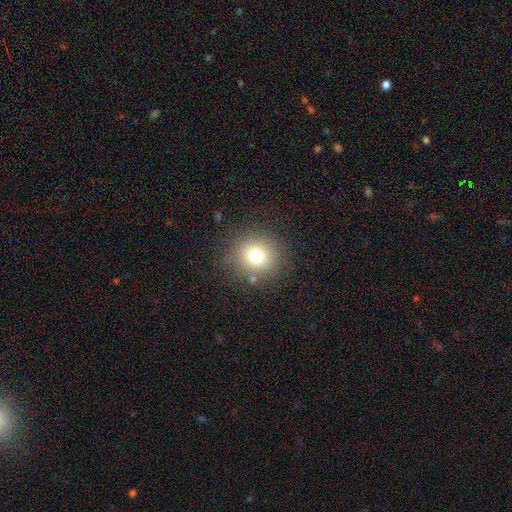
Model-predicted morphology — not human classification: The model was most divided on "smooth or featured": smooth: 76%, star or artifact: 14%, featured or disk: 10%. More confident: how rounded — round (90%); merging — none (84%).